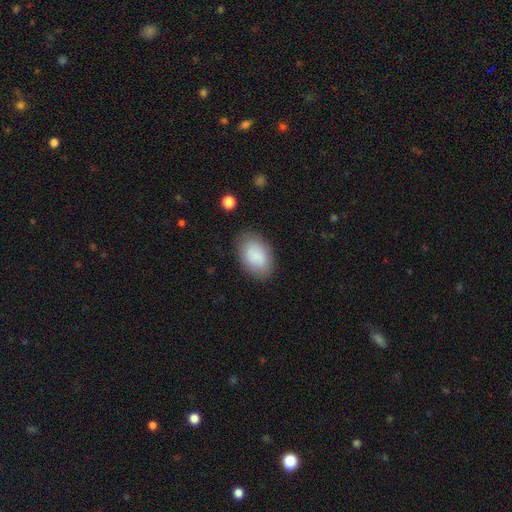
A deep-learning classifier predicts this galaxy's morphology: This appears to be a smooth galaxy with no disk features (85%) that is in between round and cigar-shaped (90%). Merging: none (82%).